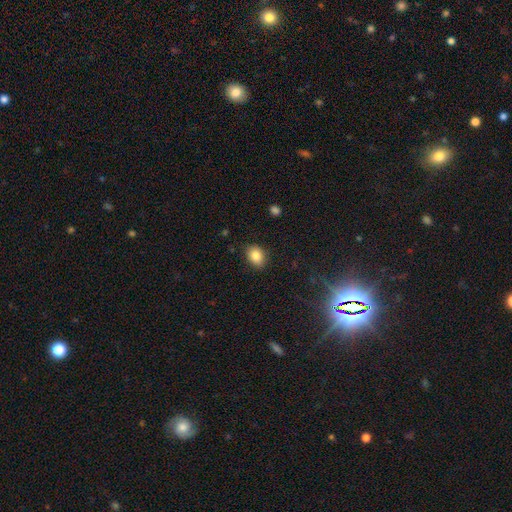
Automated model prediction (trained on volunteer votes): A smooth galaxy with no disk features (85%) that is in between round and cigar-shaped (67%).

Vote fractions:
- Smooth or featured? smooth: 85% / star or artifact: 9% / featured or disk: 6%
- How rounded? in between: 67% / round: 32% / cigar-shaped: 1%
- Merging? none: 84% / minor disturbance: 12% / major disturbance: 3% / merger: 1%